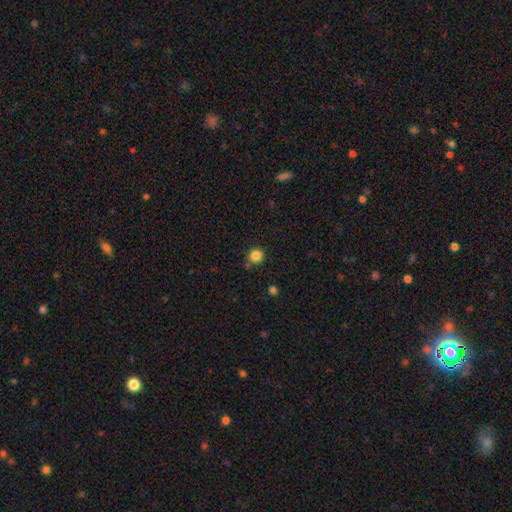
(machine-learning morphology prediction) type=smooth (85%); roundness=round (94%); merging=none (83%).